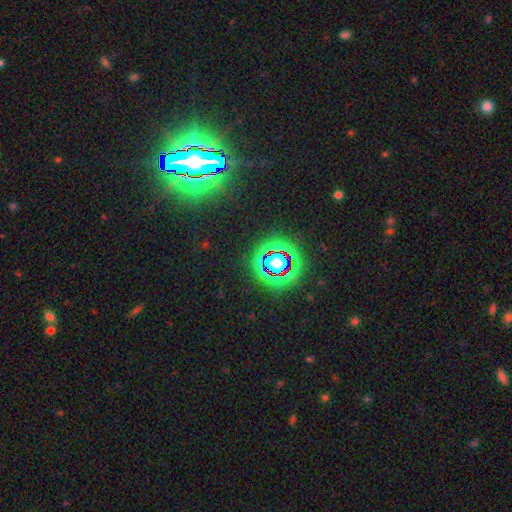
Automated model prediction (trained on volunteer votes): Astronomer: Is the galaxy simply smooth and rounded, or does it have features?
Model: star or artifact — 78%.